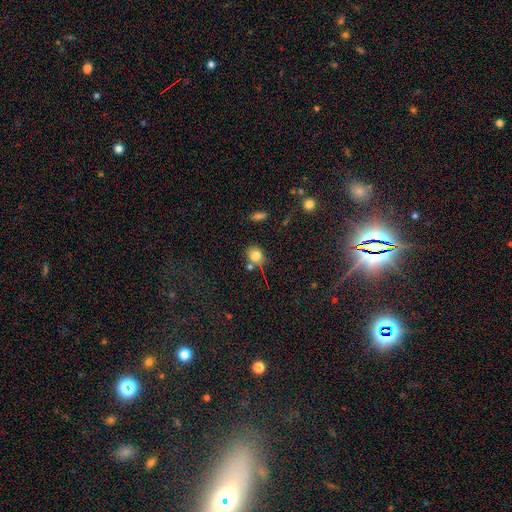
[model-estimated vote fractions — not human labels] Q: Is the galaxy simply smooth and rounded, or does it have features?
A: smooth — 80%.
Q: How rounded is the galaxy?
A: round — 63%.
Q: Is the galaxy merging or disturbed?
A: none — 63%.